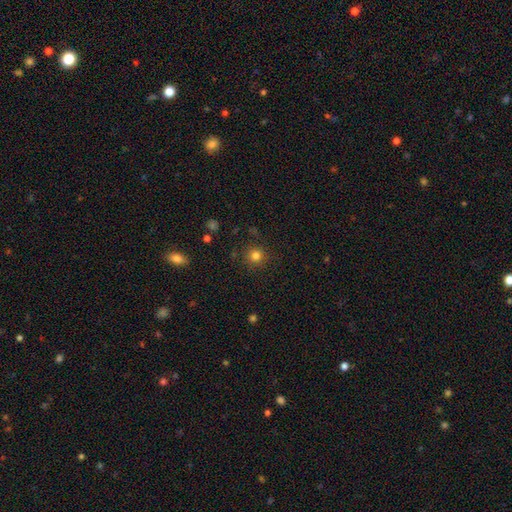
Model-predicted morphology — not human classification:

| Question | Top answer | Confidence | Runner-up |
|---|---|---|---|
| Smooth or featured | smooth | 80% | star or artifact (15%) |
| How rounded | round | 94% | in between (5%) |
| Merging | none | 88% | minor disturbance (8%) |